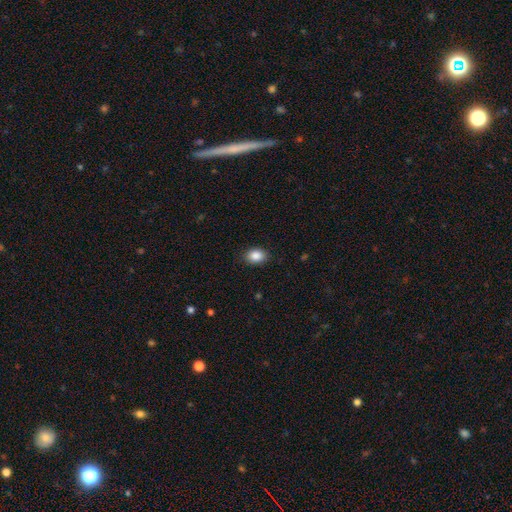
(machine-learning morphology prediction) A smooth galaxy with no disk features (88%) that is in between round and cigar-shaped (74%).

Vote fractions:
- Smooth or featured? smooth: 88% / star or artifact: 8% / featured or disk: 4%
- How rounded? in between: 74% / round: 25% / cigar-shaped: 1%
- Merging? none: 87% / minor disturbance: 10% / major disturbance: 2% / merger: 1%